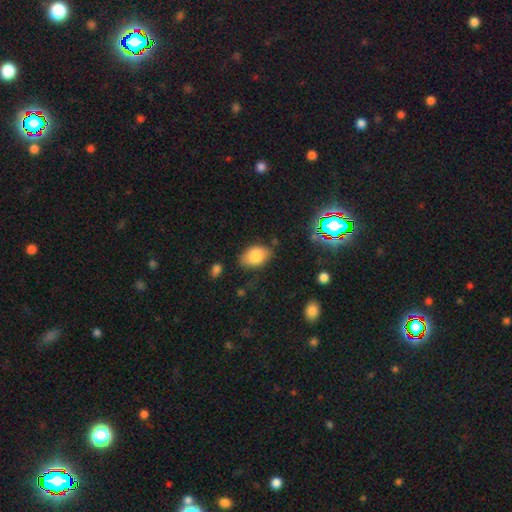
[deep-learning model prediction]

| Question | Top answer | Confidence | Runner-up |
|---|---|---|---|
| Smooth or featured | smooth | 81% | featured or disk (10%) |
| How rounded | in between | 87% | round (12%) |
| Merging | none | 74% | minor disturbance (19%) |